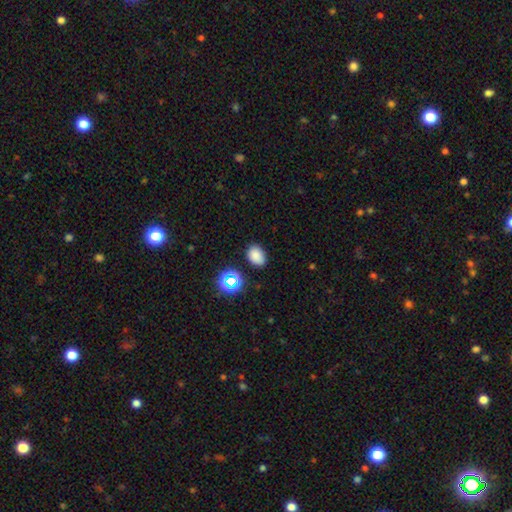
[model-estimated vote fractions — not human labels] Smooth or featured? Predicted: smooth (p=0.80). How rounded? Predicted: in between (p=0.73). Merging? Predicted: none (p=0.83).